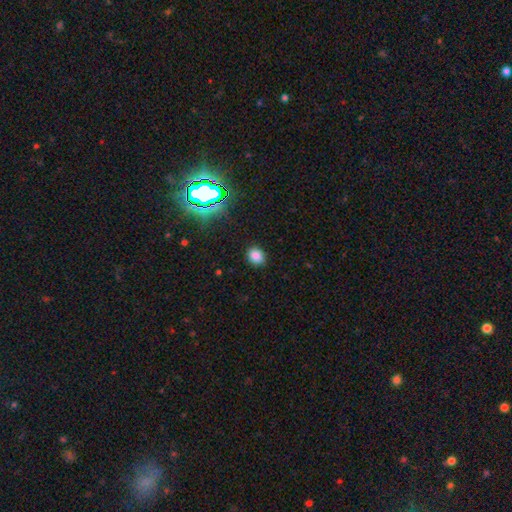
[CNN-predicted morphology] Smooth or featured?
  - smooth: 82% *
  - star or artifact: 14%
  - featured or disk: 4%
How rounded?
  - round: 63% *
  - in between: 36%
  - cigar-shaped: 1%
Merging?
  - none: 89% *
  - minor disturbance: 8%
  - major disturbance: 2%
  - merger: 1%